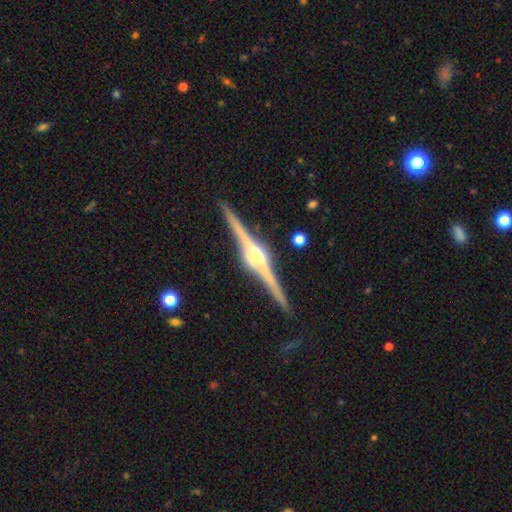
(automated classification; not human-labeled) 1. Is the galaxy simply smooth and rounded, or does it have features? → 89% featured or disk, 6% smooth, 5% star or artifact.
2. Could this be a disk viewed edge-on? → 99% yes, 1% no.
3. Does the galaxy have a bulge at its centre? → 89% rounded, 9% boxy, 2% none.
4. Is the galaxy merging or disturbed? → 91% none, 7% minor disturbance, 1% major disturbance, 1% merger.